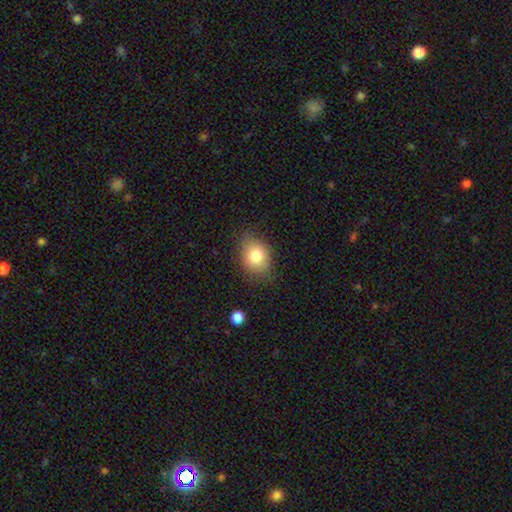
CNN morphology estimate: This appears to be a smooth galaxy with no disk features (80%) that is in between round and cigar-shaped (59%). Merging: none (76%).